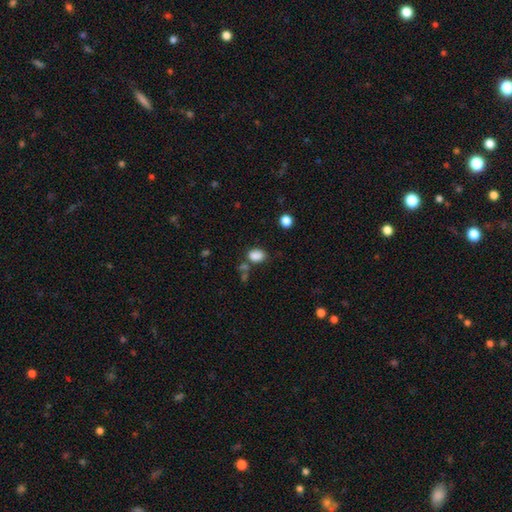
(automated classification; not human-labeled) Smooth or featured?
  - smooth: 83% *
  - star or artifact: 11%
  - featured or disk: 5%
How rounded?
  - in between: 72% *
  - round: 27%
  - cigar-shaped: 1%
Merging?
  - none: 57% *
  - minor disturbance: 19%
  - merger: 17%
  - major disturbance: 7%